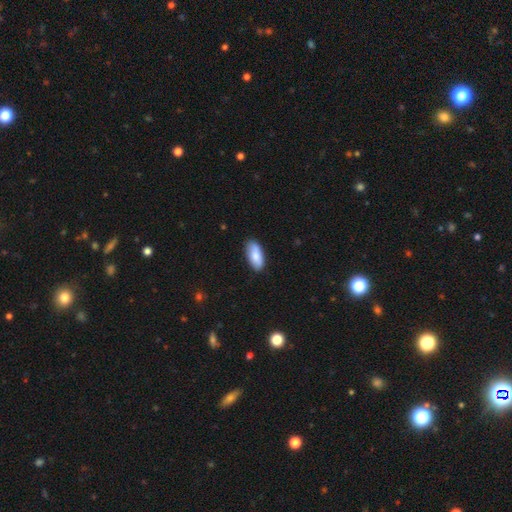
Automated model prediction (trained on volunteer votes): smooth-or-featured: smooth: 80% | featured or disk: 14% | star or artifact: 6%
  how-rounded: in between: 87% | cigar-shaped: 11% | round: 2%
  merging: none: 85% | minor disturbance: 12% | major disturbance: 2% | merger: 1%